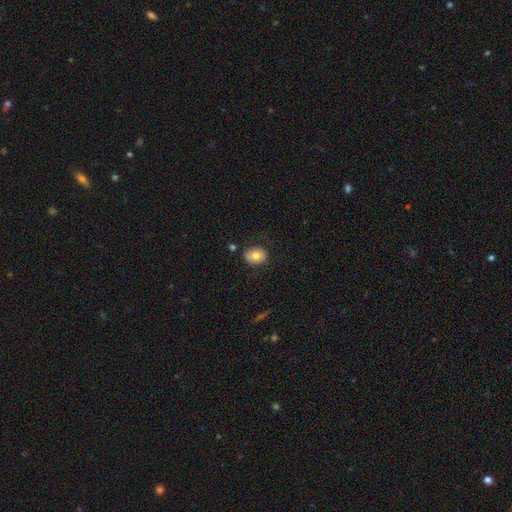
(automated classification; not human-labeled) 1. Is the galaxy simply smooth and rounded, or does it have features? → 74% smooth, 18% featured or disk, 8% star or artifact.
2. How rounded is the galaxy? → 57% in between, 42% round, 1% cigar-shaped.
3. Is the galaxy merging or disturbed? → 78% none, 15% minor disturbance, 4% major disturbance, 3% merger.